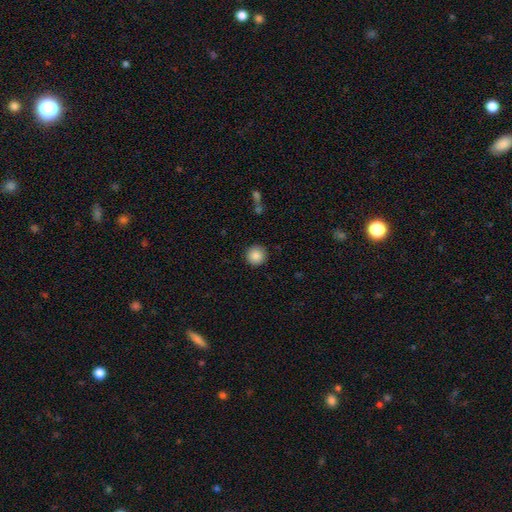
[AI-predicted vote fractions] This is clearly a smooth galaxy (87%). How rounded: clearly round (95%). Merging: clearly none (91%).